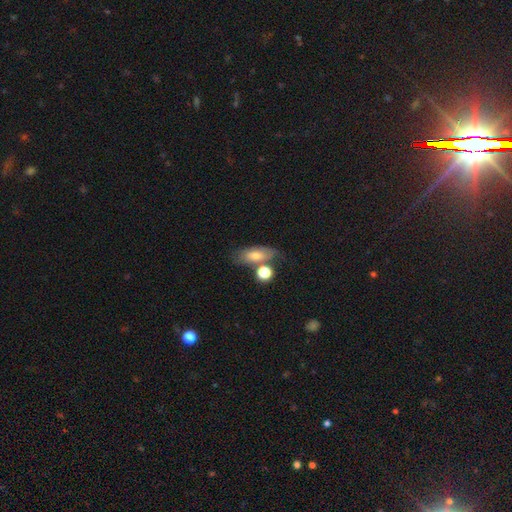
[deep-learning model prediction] smooth 68%, featured or disk 21%, star or artifact 10%. Down the decision tree: how rounded — in between (72%); merging — none (56%).